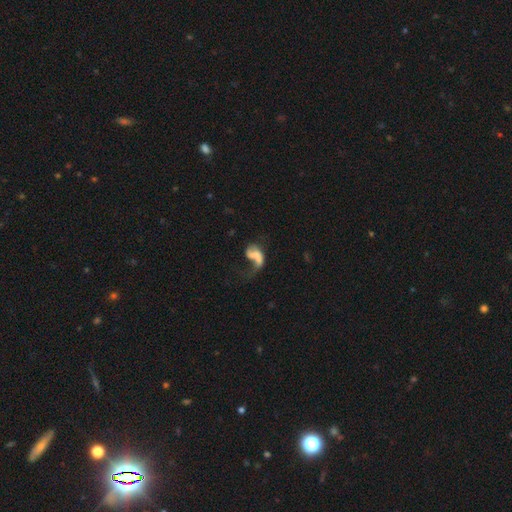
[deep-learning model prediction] featured or disk 54%, smooth 35%, star or artifact 10%. Down the decision tree: edge-on disk — no (97%); bar — no (65%); spiral arms — yes (60%); bulge size — none (59%); merging — major disturbance (53%).